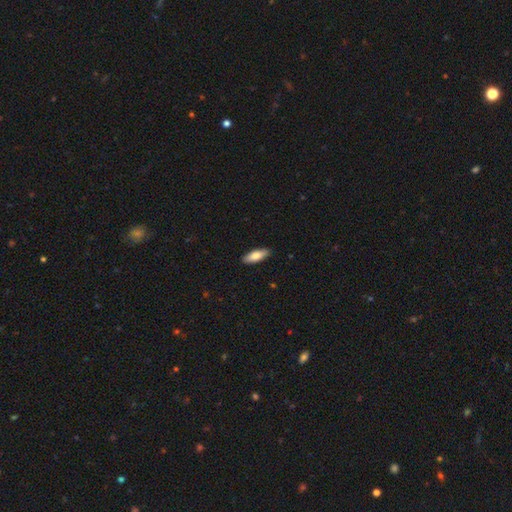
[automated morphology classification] The model was most divided on "how rounded": in between: 67%, cigar-shaped: 31%, round: 2%. More confident: merging — none (90%); smooth or featured — smooth (79%).